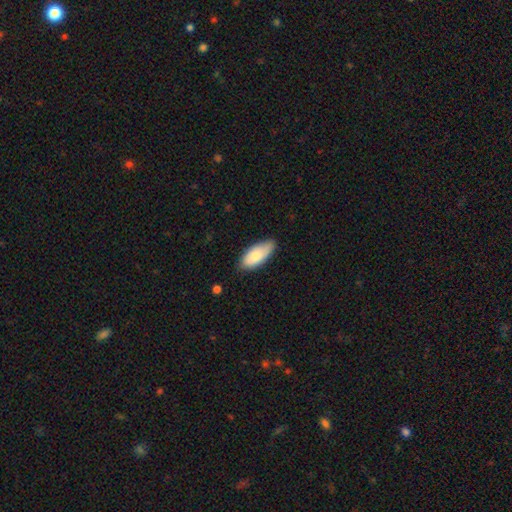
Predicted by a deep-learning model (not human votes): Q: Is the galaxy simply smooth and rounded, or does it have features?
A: smooth — 81%.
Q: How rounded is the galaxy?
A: in between — 88%.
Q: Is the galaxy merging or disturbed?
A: none — 76%.